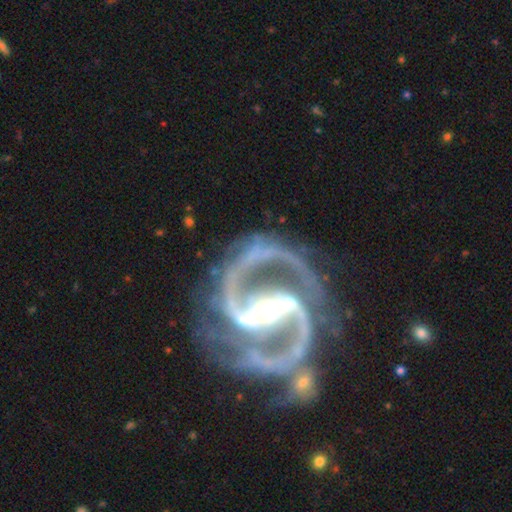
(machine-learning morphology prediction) This appears to be a featured or disk galaxy (94%) with a strong bar (73%), 2 (92%) medium (66%) spiral arms (99%) and a moderate central bulge (56%). Merging: none (66%).